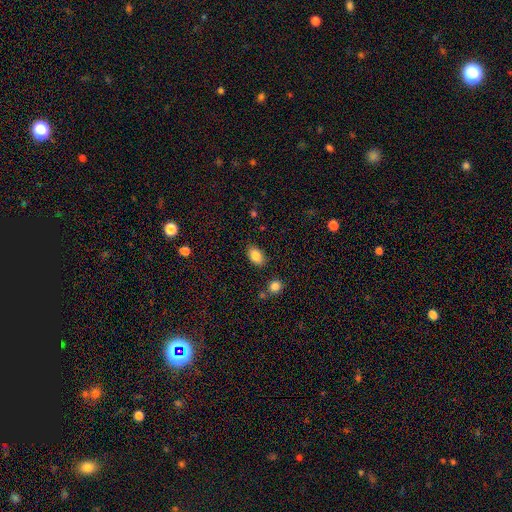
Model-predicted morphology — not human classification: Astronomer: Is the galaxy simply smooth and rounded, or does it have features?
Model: smooth — 85%.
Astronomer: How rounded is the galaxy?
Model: in between — 87%.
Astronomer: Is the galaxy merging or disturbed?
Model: none — 83%.